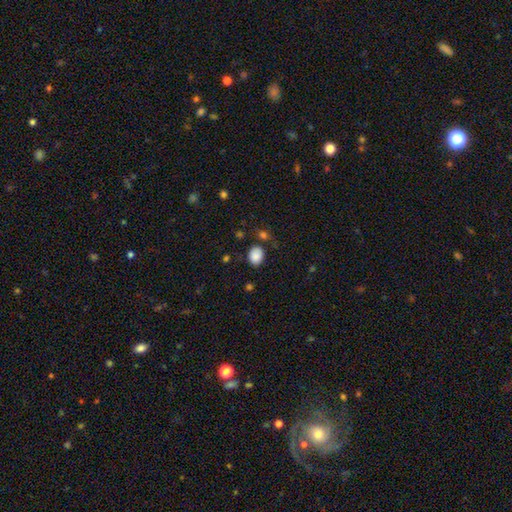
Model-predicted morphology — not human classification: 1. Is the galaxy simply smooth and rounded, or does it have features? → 87% smooth, 9% star or artifact, 4% featured or disk.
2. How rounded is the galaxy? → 52% in between, 48% round, 1% cigar-shaped.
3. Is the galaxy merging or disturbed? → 76% none, 15% minor disturbance, 5% merger, 4% major disturbance.